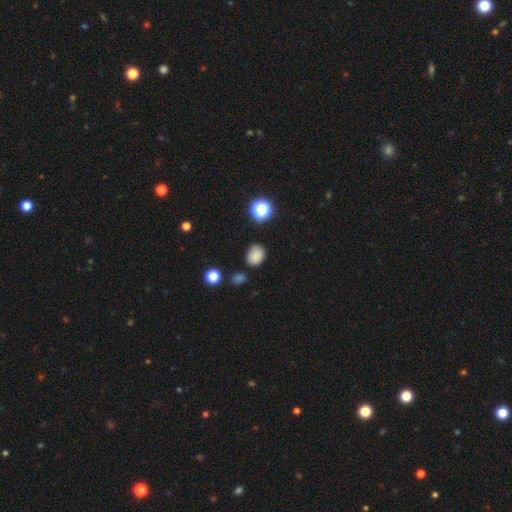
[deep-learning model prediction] smooth_or_featured: smooth (p=0.81) [alt: star or artifact p=0.13]
how_rounded: in between (p=0.53) [alt: round p=0.46]
merging: none (p=0.77) [alt: minor disturbance p=0.16]